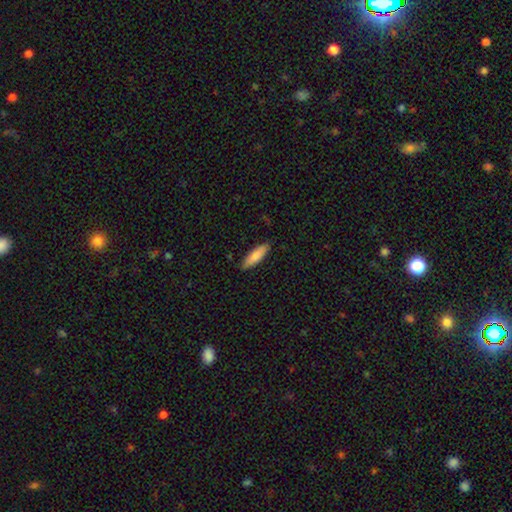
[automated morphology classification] A smooth galaxy with no disk features (84%) that is cigar-shaped (52%). Merging: none (86%).